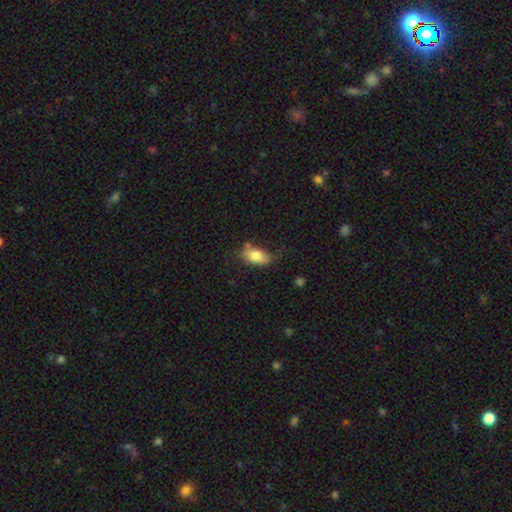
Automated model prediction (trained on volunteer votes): Smooth or featured?
  - smooth: 78% *
  - featured or disk: 15%
  - star or artifact: 7%
How rounded?
  - in between: 90% *
  - round: 6%
  - cigar-shaped: 4%
Merging?
  - none: 58% *
  - minor disturbance: 28%
  - major disturbance: 9%
  - merger: 6%